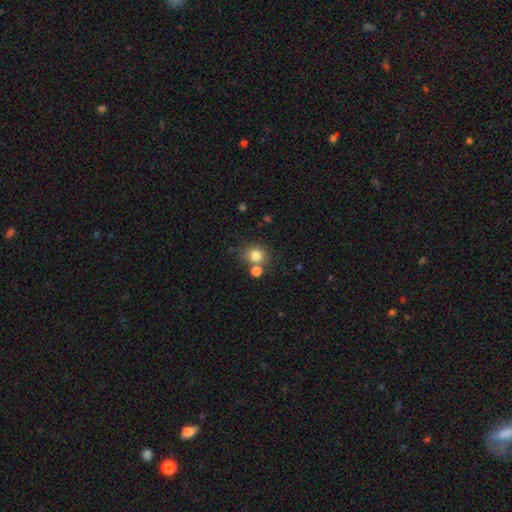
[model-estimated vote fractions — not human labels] smooth 80%, star or artifact 12%, featured or disk 8%. Down the decision tree: how rounded — round (82%); merging — none (68%).